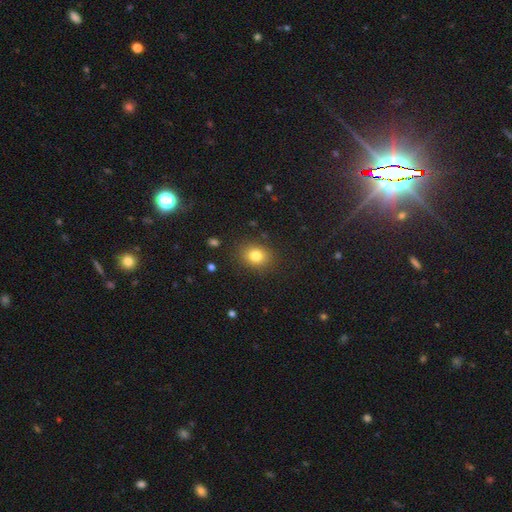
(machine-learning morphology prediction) This appears to be a smooth galaxy with no disk features (81%) that is round (57%). Merging: none (86%).